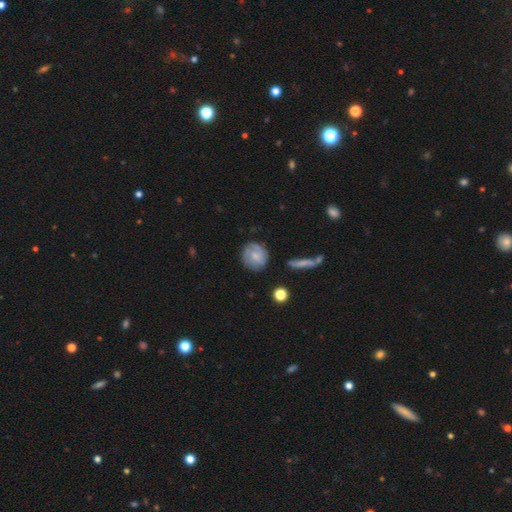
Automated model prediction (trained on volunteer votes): The model was most divided on "smooth or featured": smooth: 54%, featured or disk: 39%, star or artifact: 7%. More confident: how rounded — round (79%); merging — none (74%).